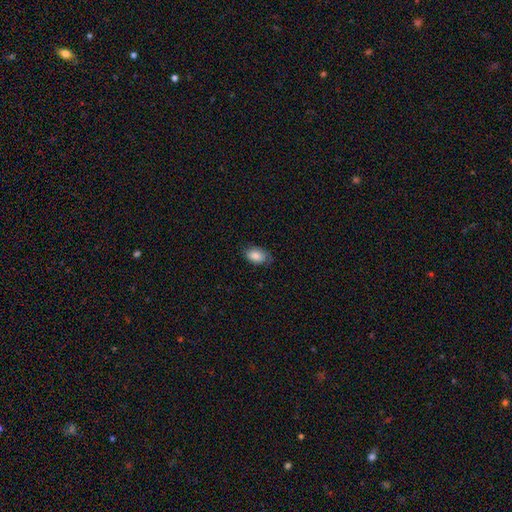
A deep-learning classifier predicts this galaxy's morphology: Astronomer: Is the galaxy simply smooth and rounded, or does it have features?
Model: smooth — 84%.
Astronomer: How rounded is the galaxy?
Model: in between — 90%.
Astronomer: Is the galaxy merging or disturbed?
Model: none — 70%.